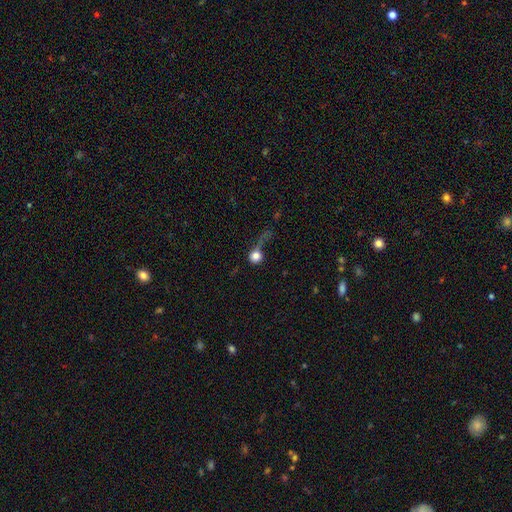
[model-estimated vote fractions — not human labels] smooth 71%, featured or disk 18%, star or artifact 11%. Down the decision tree: how rounded — round (87%); merging — major disturbance (47%).